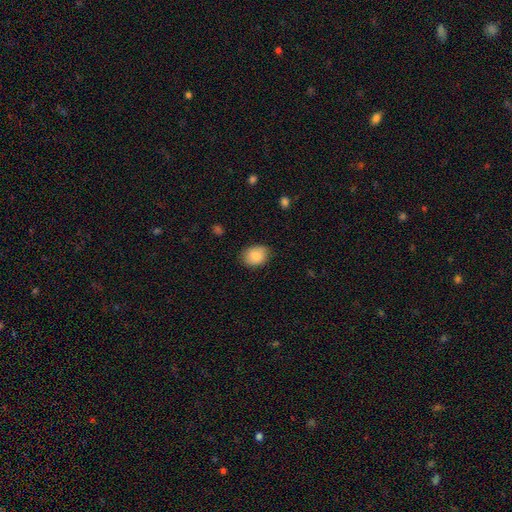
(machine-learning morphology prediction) Smooth or featured? Predicted: smooth (p=0.88). How rounded? Predicted: in between (p=0.56). Merging? Predicted: none (p=0.81).